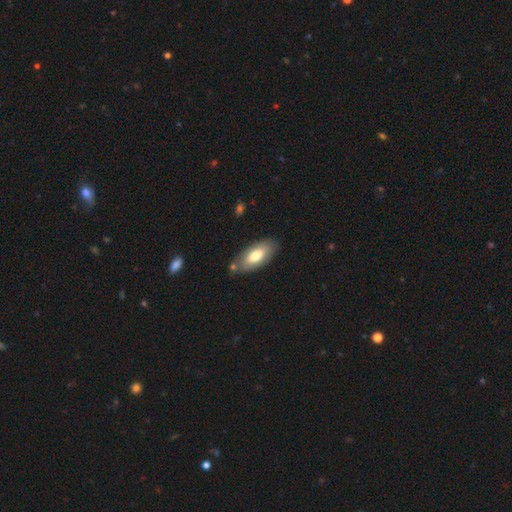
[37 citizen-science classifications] A smooth galaxy with no disk features (65%) that is in between round and cigar-shaped (88%).

Vote fractions:
- Smooth or featured? smooth: 65% / featured or disk: 32% / star or artifact: 3%
- How rounded? in between: 88% / round: 8% / cigar-shaped: 4%
- Merging? none: 69% / minor disturbance: 17% / merger: 14% / major disturbance: 0%